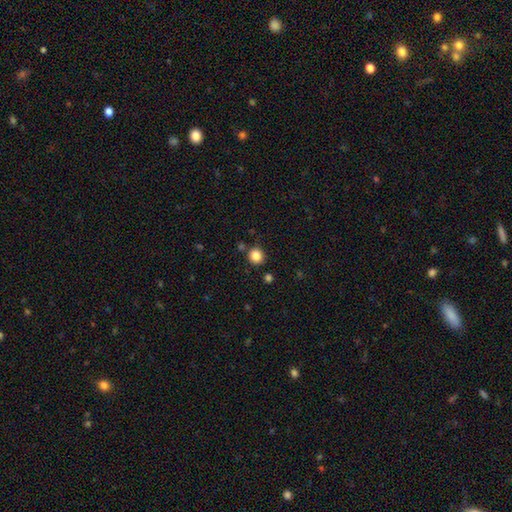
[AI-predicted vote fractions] Q: Smooth or featured?
A: smooth (84%); runner-up: star or artifact (11%)
Q: How rounded?
A: round (90%); runner-up: in between (9%)
Q: Merging?
A: none (85%); runner-up: minor disturbance (8%)